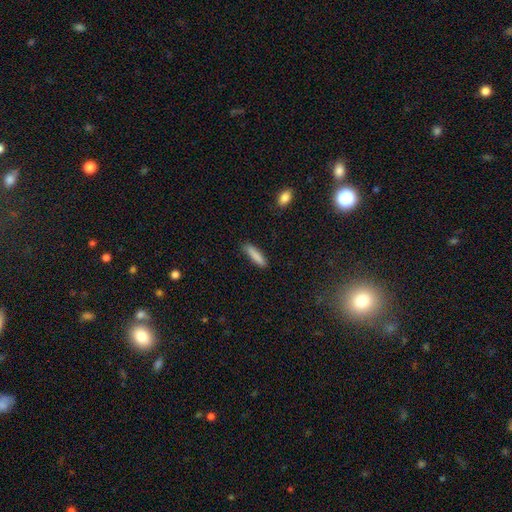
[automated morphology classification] Smooth or featured?
  - smooth: 86% *
  - featured or disk: 7%
  - star or artifact: 6%
How rounded?
  - cigar-shaped: 80% *
  - in between: 19%
  - round: 1%
Merging?
  - none: 85% *
  - minor disturbance: 11%
  - major disturbance: 2%
  - merger: 1%